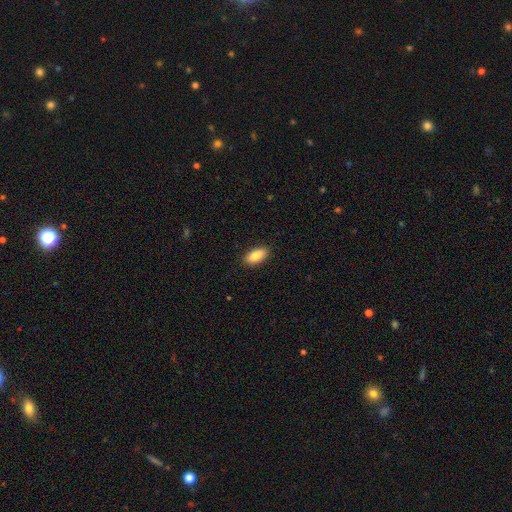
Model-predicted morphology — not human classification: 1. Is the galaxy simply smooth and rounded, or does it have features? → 86% smooth, 7% featured or disk, 7% star or artifact.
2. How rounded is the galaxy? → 90% in between, 7% cigar-shaped, 3% round.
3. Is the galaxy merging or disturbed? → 89% none, 8% minor disturbance, 2% major disturbance, 1% merger.